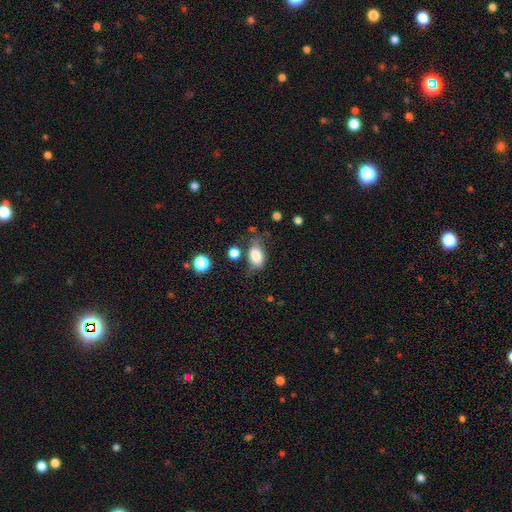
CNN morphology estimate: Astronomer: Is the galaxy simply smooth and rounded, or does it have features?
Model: smooth — 79%.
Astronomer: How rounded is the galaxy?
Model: in between — 83%.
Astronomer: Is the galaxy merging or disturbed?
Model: none — 49% (runner-up: minor disturbance, 29%).